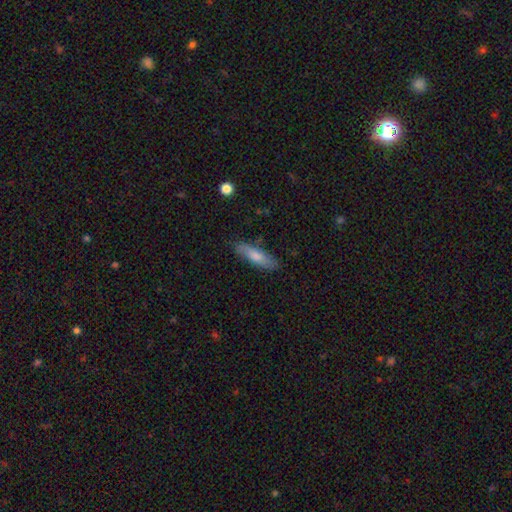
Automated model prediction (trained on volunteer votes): The model was most divided on "how rounded": cigar-shaped: 66%, in between: 32%, round: 2%. More confident: merging — none (81%); smooth or featured — smooth (73%).